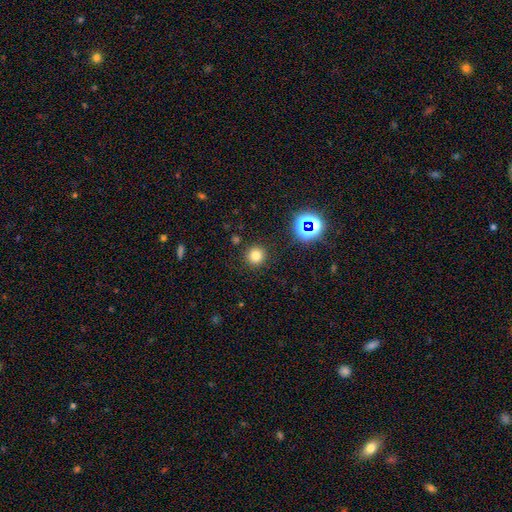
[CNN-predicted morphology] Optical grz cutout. It shows a smooth galaxy with no disk features (76%) that is round (94%). Merging: none (90%).